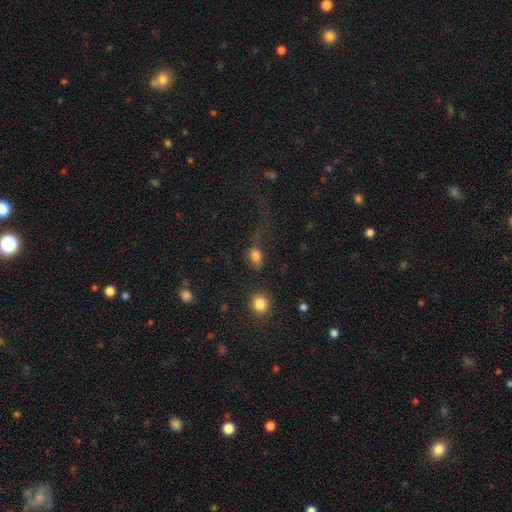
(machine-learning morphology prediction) Q: Smooth or featured?
A: smooth (78%); runner-up: star or artifact (12%)
Q: How rounded?
A: in between (57%); runner-up: round (41%)
Q: Merging?
A: major disturbance (38%); runner-up: none (36%)